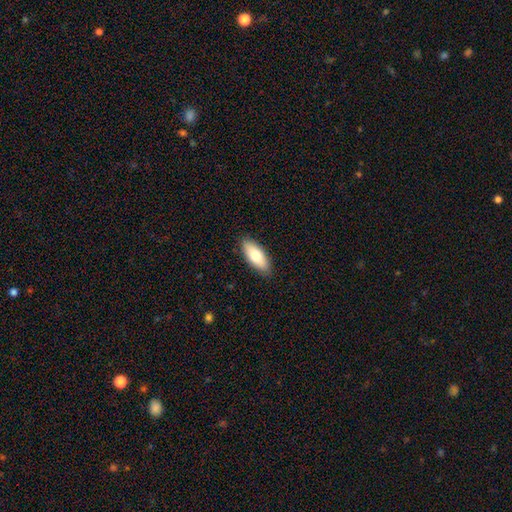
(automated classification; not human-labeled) smooth 75%, featured or disk 19%, star or artifact 6%. Down the decision tree: how rounded — in between (80%); merging — none (89%).